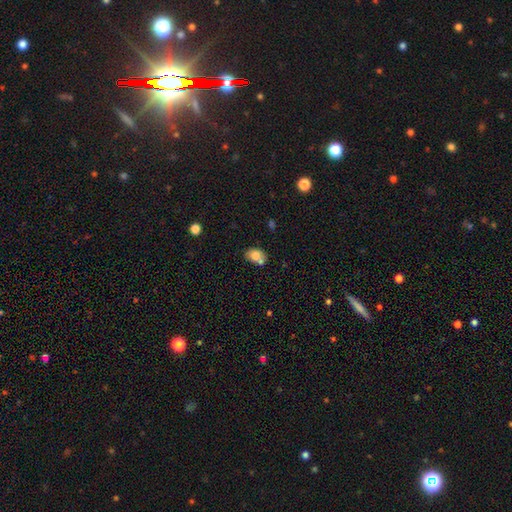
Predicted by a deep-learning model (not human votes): Smooth or featured? Predicted: smooth (p=0.76). How rounded? Predicted: in between (p=0.66). Merging? Predicted: none (p=0.47).